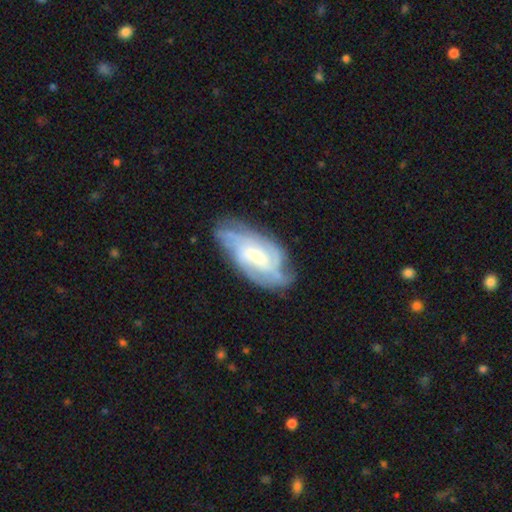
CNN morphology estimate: Overall: featured or disk (80%). Edge-on disk: no (94%). Bar: weak (47%; no 39%). Spiral arms: yes (94%). Spiral arm count: can't tell (35%; 3 23%). Spiral winding: tight (54%; medium 36%). Bulge size: moderate (44%; small 42%). Merging: none (66%).